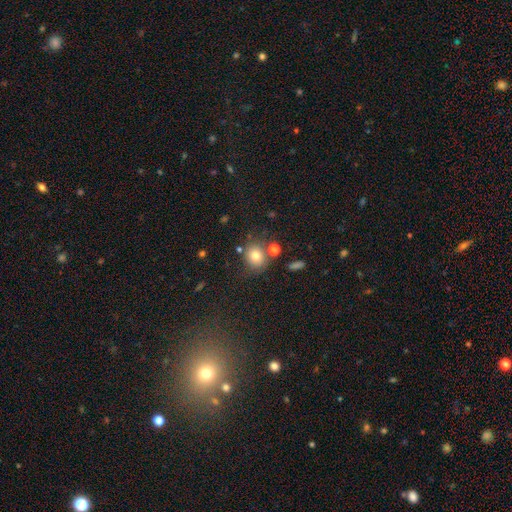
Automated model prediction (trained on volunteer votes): Smooth or featured? Predicted: smooth (p=0.76). How rounded? Predicted: round (p=0.77). Merging? Predicted: none (p=0.72).